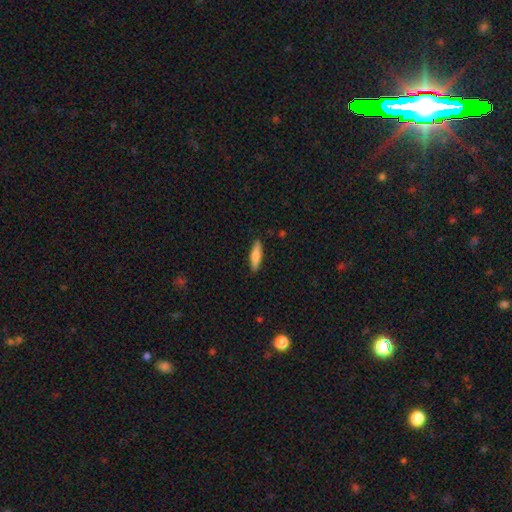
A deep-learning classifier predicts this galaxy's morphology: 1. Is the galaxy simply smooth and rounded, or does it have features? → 77% smooth, 17% featured or disk, 6% star or artifact.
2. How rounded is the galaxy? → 69% cigar-shaped, 30% in between, 2% round.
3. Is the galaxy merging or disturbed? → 88% none, 9% minor disturbance, 2% major disturbance, 1% merger.